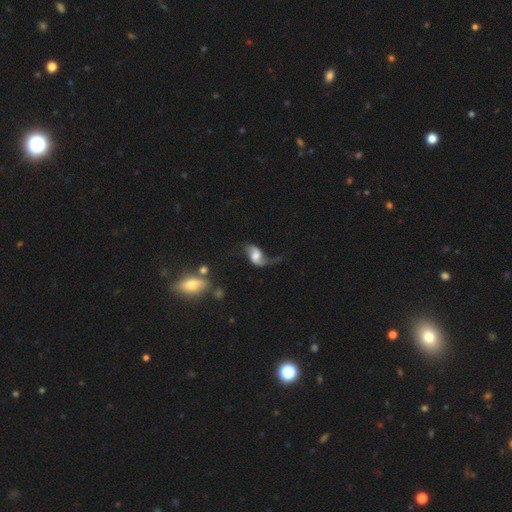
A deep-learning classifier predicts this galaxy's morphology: A featured or disk galaxy (74%) with no bar (50%), 2 (81%) loose (82%) spiral arms (92%) and a moderate central bulge (37%). Merging: none (44%).